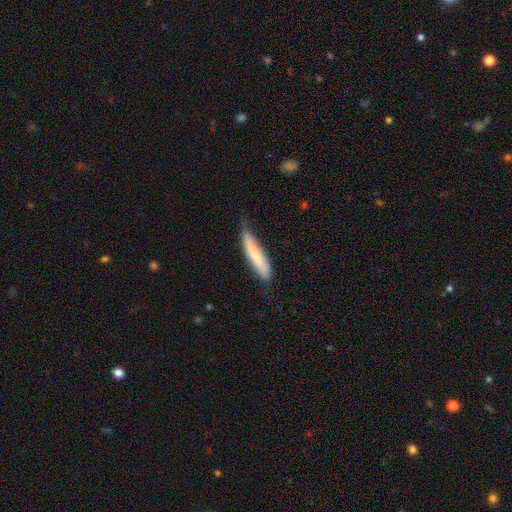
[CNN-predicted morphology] smooth_or_featured: smooth (p=0.69) [alt: featured or disk p=0.25]
how_rounded: cigar-shaped (p=0.87) [alt: in between p=0.11]
merging: none (p=0.59) [alt: minor disturbance p=0.33]